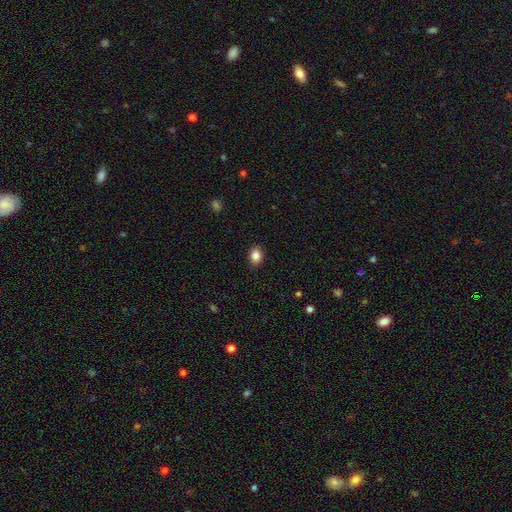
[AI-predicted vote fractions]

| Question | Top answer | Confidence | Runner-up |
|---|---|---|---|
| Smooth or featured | smooth | 87% | star or artifact (9%) |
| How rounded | in between | 68% | round (31%) |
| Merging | none | 90% | minor disturbance (7%) |